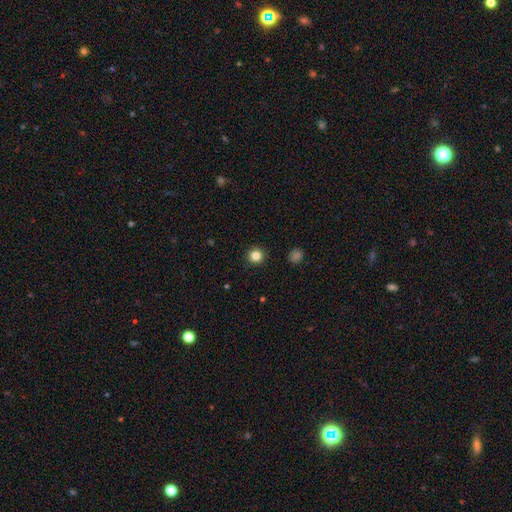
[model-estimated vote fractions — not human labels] Morphology: type=smooth (84%); roundness=round (95%); merging=none (93%).